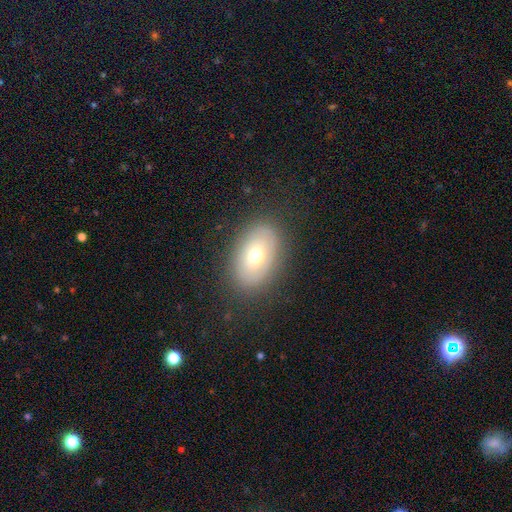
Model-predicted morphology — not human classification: Smooth or featured: smooth — 60% (featured or disk — 29%)
How rounded: in between — 85% (round — 14%)
Merging: none — 84% (minor disturbance — 11%)